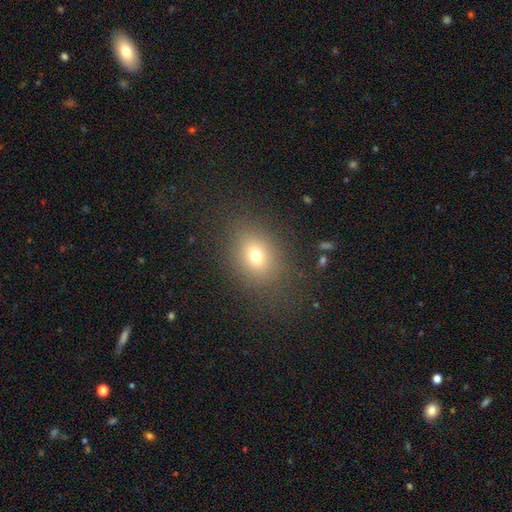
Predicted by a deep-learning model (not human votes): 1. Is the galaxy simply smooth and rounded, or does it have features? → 71% smooth, 16% star or artifact, 13% featured or disk.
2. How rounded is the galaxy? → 55% in between, 44% round, 1% cigar-shaped.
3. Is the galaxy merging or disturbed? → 80% none, 11% minor disturbance, 7% major disturbance, 2% merger.